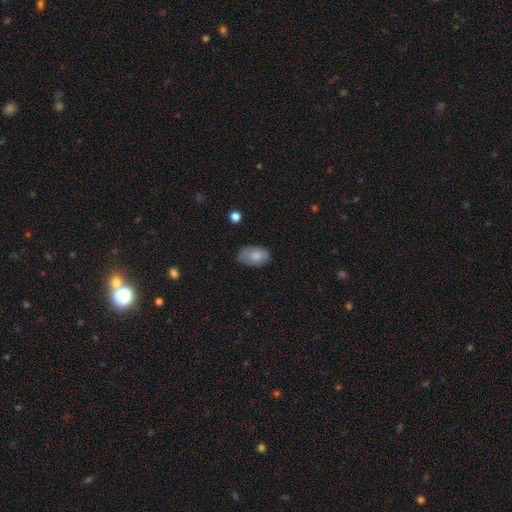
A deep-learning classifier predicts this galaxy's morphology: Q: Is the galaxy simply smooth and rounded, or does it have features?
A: smooth — 77%.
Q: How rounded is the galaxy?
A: in between — 90%.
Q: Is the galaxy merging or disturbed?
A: none — 65%.